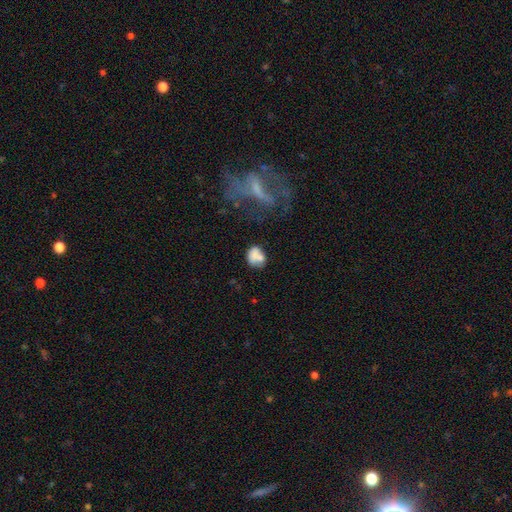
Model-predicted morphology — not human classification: smooth 68%, featured or disk 22%, star or artifact 10%. Down the decision tree: how rounded — in between (55%); merging — none (34%, tied with merger).